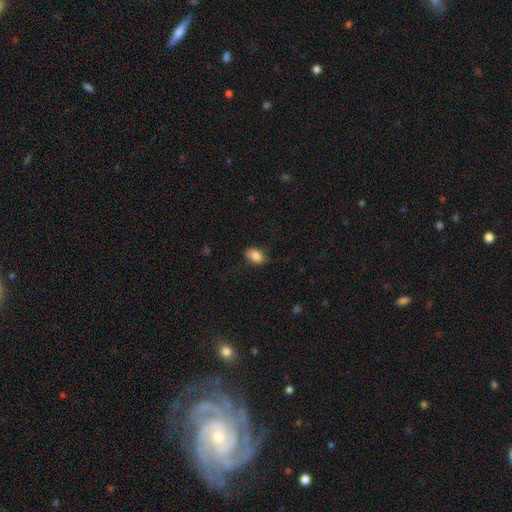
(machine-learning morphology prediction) Smooth or featured? Predicted: smooth (p=0.85). How rounded? Predicted: in between (p=0.83). Merging? Predicted: none (p=0.74).